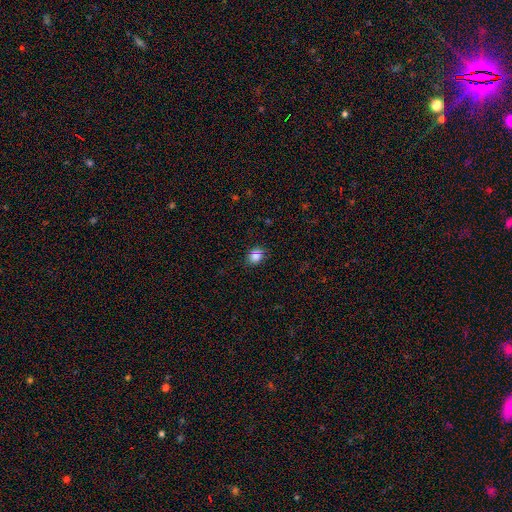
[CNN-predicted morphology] This is clearly a smooth galaxy (80%). How rounded: possibly round (54%). Merging: clearly none (84%).